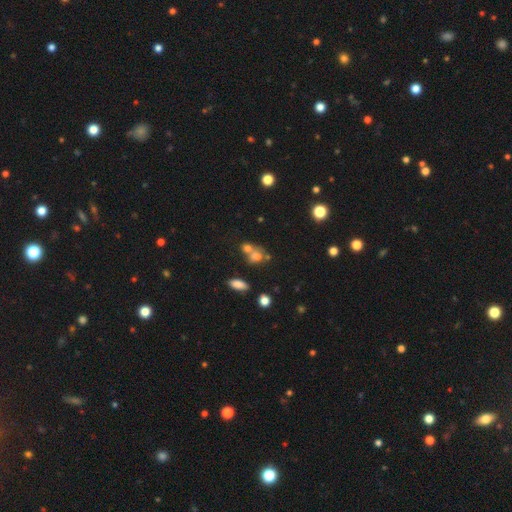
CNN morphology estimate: type=smooth (67%); roundness=round (48%, tied with in between); merging=merger (47%).